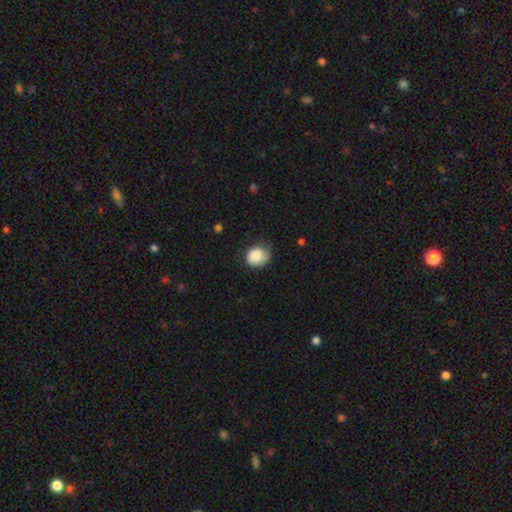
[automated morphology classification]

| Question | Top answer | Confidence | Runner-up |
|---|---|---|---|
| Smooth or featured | smooth | 85% | featured or disk (7%) |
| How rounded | round | 67% | in between (33%) |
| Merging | none | 64% | minor disturbance (28%) |